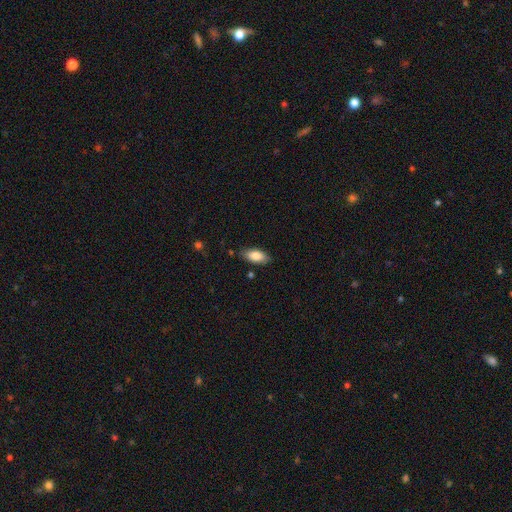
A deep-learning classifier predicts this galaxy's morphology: A smooth galaxy with no disk features (83%) that is in between round and cigar-shaped (88%). Merging: none (82%).